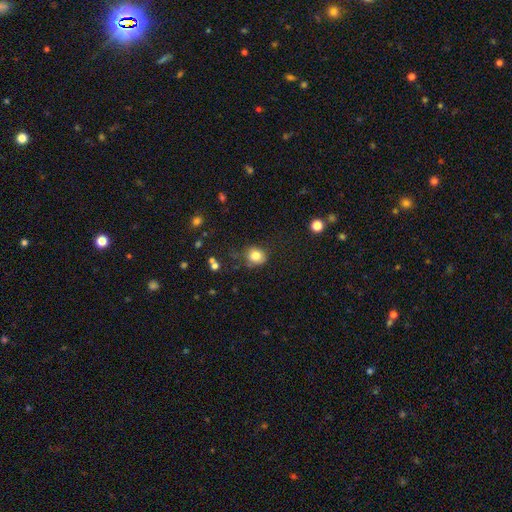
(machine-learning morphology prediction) Smooth or featured? smooth (82%)
How rounded? round (79%)
Merging? none (74%)